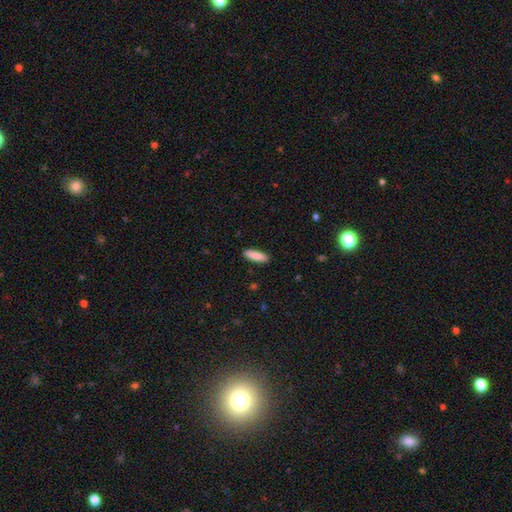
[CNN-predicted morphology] This appears to be a smooth galaxy with no disk features (88%) that is cigar-shaped (58%). Merging: none (90%).